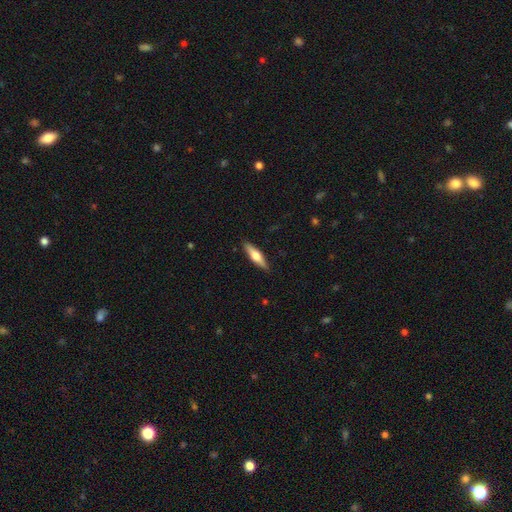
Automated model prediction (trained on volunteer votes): Smooth or featured: smooth — 50% (featured or disk — 45%)
Merging: none — 88% (minor disturbance — 9%)